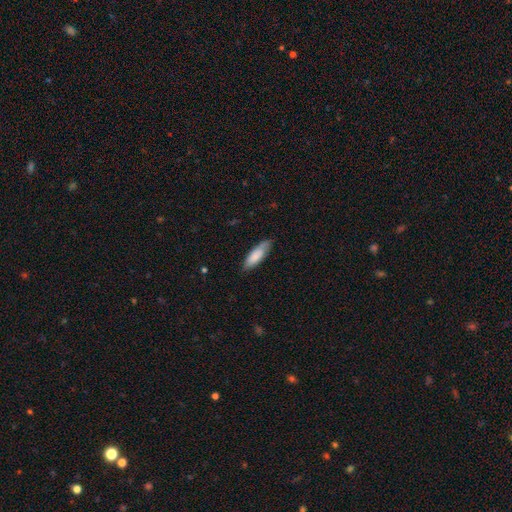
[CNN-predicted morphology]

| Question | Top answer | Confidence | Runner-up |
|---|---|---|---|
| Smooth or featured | smooth | 81% | featured or disk (14%) |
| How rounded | in between | 57% | cigar-shaped (41%) |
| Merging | none | 74% | minor disturbance (21%) |